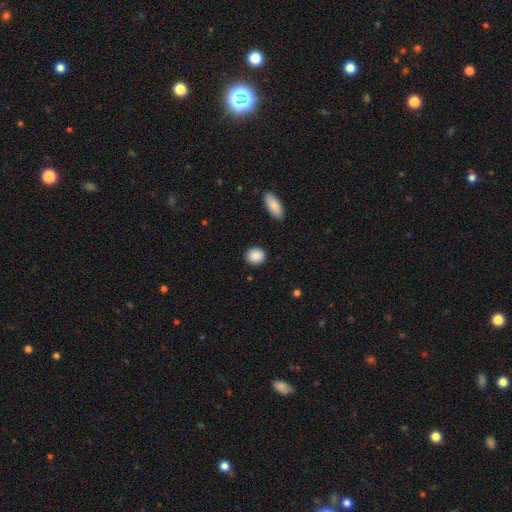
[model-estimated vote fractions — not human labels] Smooth or featured: smooth — 89% (star or artifact — 7%)
How rounded: round — 81% (in between — 17%)
Merging: none — 90% (minor disturbance — 7%)